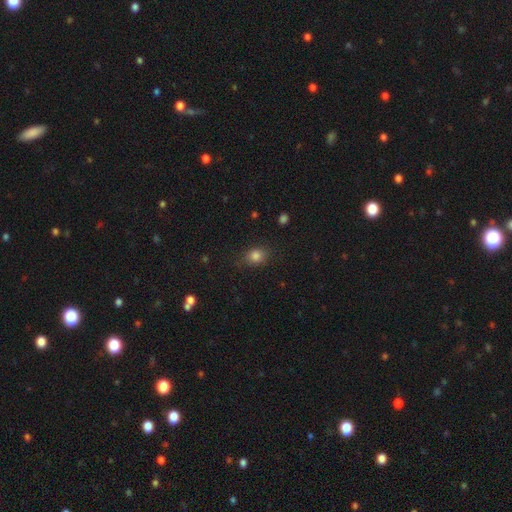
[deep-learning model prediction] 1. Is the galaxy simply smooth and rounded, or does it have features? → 83% smooth, 11% star or artifact, 6% featured or disk.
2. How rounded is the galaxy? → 50% in between, 49% round, 1% cigar-shaped.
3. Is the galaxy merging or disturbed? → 80% none, 15% minor disturbance, 4% major disturbance, 1% merger.